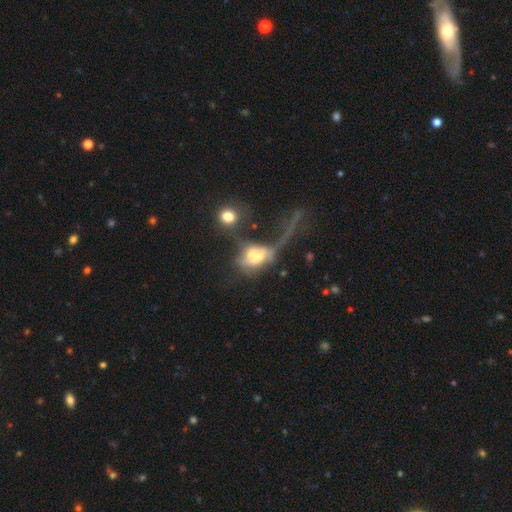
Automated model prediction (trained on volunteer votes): A smooth galaxy with no disk features (43%). Merging: merger (43%).